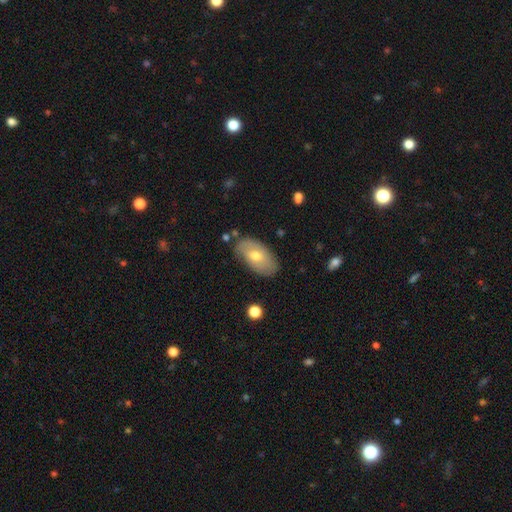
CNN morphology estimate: Overall: smooth (61%; featured or disk 33%). How rounded: in between (94%). Merging: none (78%).